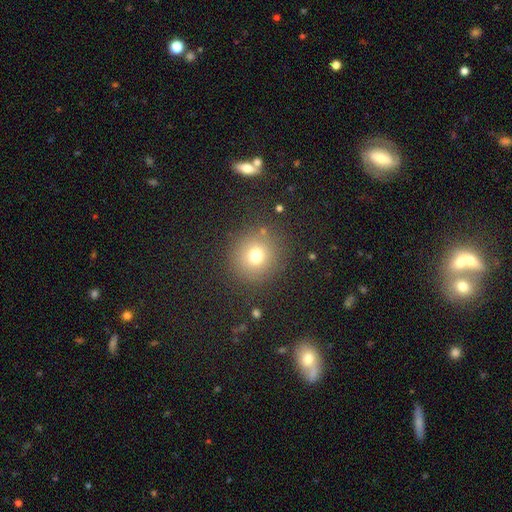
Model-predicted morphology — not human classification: smooth 72%, star or artifact 17%, featured or disk 10%. Down the decision tree: how rounded — round (93%); merging — none (86%).